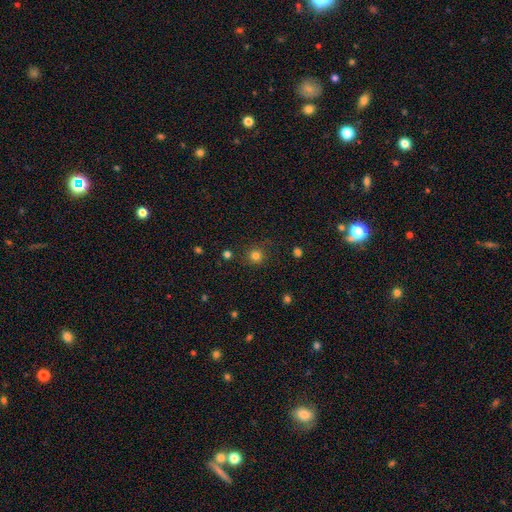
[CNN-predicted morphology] Smooth or featured? Predicted: smooth (p=0.79). How rounded? Predicted: round (p=0.93). Merging? Predicted: none (p=0.86).